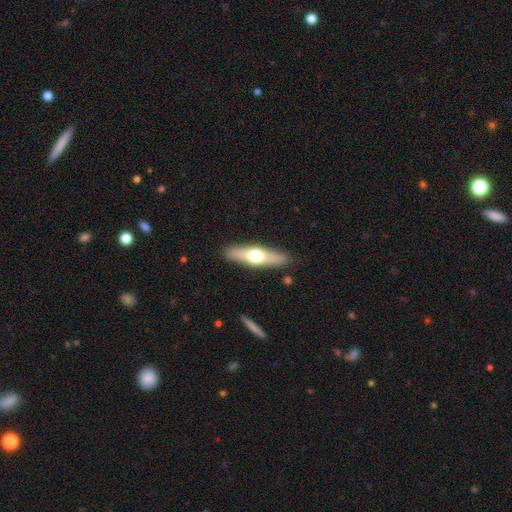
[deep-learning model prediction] smooth_or_featured: smooth (p=0.49) [alt: featured or disk p=0.46]
merging: none (p=0.88) [alt: minor disturbance p=0.08]